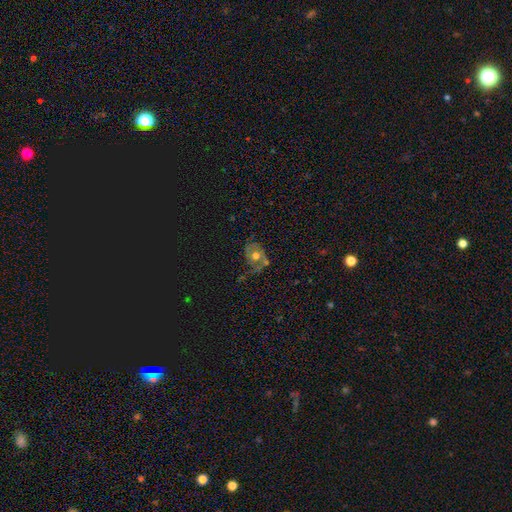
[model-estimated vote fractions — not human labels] smooth_or_featured: featured or disk (p=0.53) [alt: smooth p=0.34]
disk_edge_on: no (p=0.94) [alt: yes p=0.06]
merging: none (p=0.46) [alt: minor disturbance p=0.26]